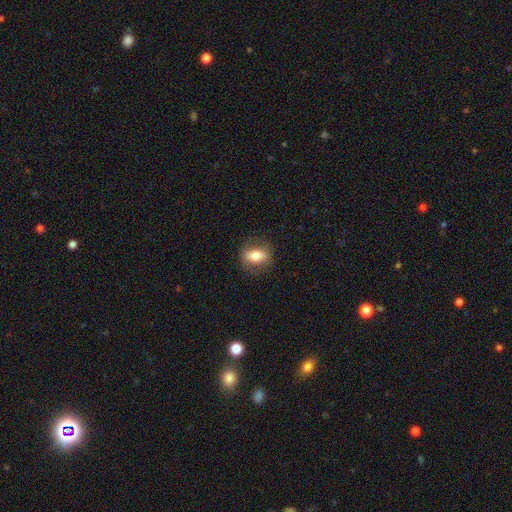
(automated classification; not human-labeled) smooth_or_featured: smooth (p=0.65) [alt: featured or disk p=0.27]
how_rounded: in between (p=0.71) [alt: round p=0.25]
merging: none (p=0.81) [alt: minor disturbance p=0.13]